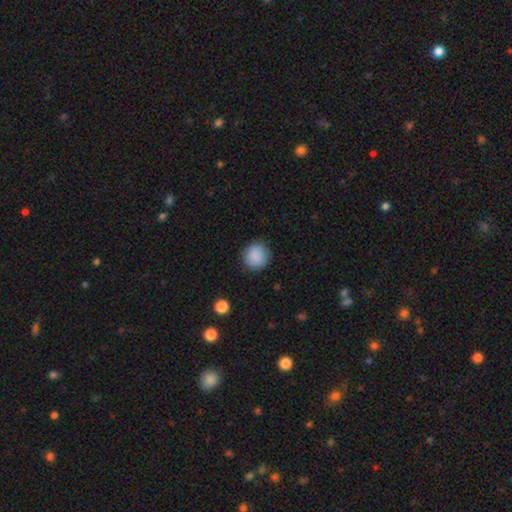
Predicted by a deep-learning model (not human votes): smooth_or_featured: smooth (p=0.89) [alt: star or artifact p=0.08]
how_rounded: round (p=0.91) [alt: in between p=0.08]
merging: none (p=0.88) [alt: minor disturbance p=0.08]